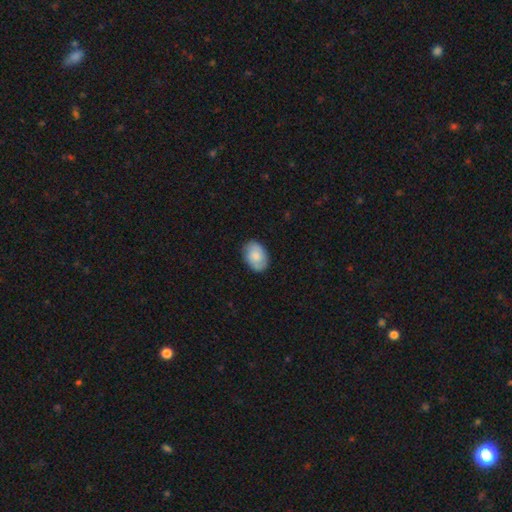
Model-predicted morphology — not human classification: smooth 76%, featured or disk 17%, star or artifact 7%. Down the decision tree: how rounded — in between (82%); merging — none (83%).